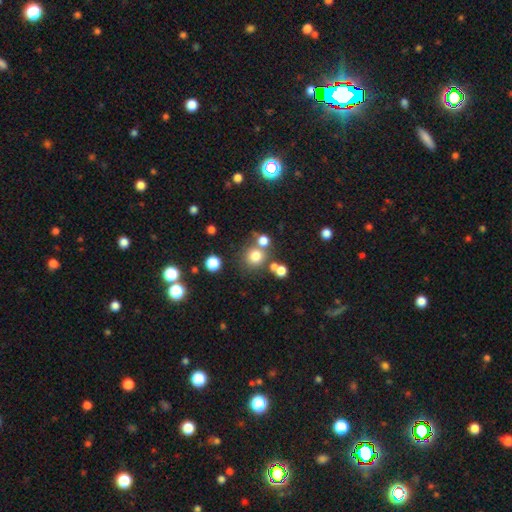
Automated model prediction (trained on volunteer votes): smooth-or-featured: smooth: 76% | star or artifact: 16% | featured or disk: 8%
  how-rounded: round: 90% | in between: 9% | cigar-shaped: 1%
  merging: none: 69% | merger: 17% | minor disturbance: 9% | major disturbance: 5%